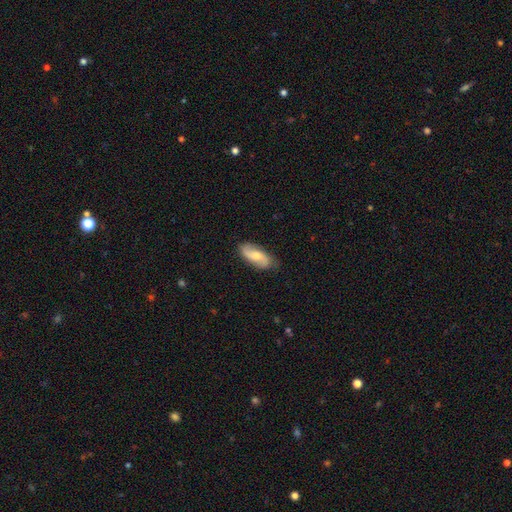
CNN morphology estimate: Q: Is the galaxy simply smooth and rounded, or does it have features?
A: featured or disk — 55%.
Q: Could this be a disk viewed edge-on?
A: no — 92%.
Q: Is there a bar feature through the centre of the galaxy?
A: no — 55%.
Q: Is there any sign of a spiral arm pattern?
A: yes — 91%.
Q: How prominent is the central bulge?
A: moderate — 58%.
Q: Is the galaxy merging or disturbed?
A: none — 81%.